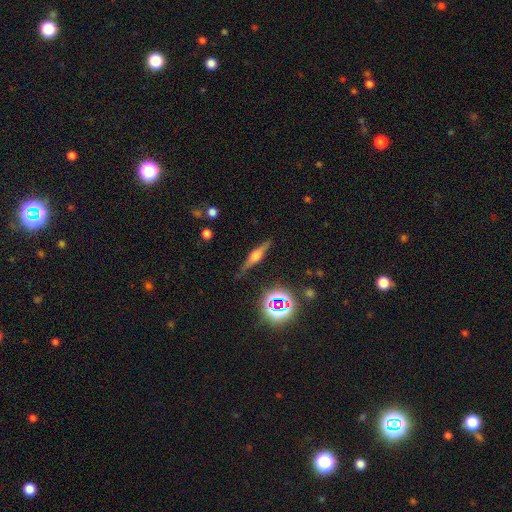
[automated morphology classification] Smooth or featured? featured or disk (61%)
Edge-on disk? yes (95%)
Edge-on bulge? rounded (83%)
Merging? none (83%)